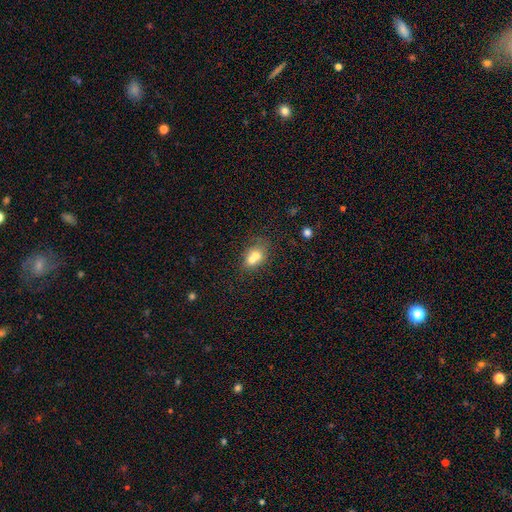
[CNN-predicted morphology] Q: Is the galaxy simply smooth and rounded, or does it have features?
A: smooth — 66%.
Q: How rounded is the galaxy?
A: round — 57%.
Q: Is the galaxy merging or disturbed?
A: merger — 64%.